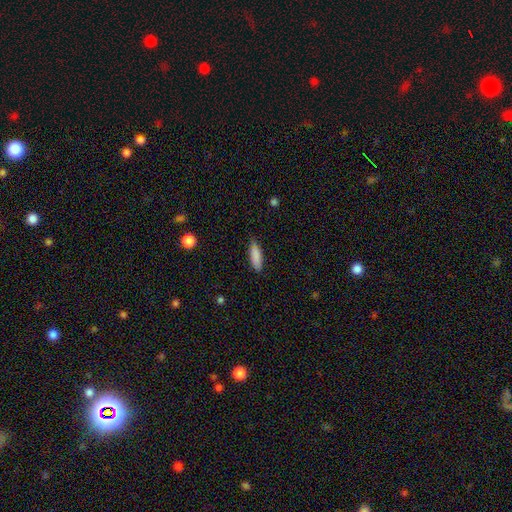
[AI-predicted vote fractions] This is clearly a smooth galaxy (87%). How rounded: possibly in between (53%). Merging: likely none (76%).